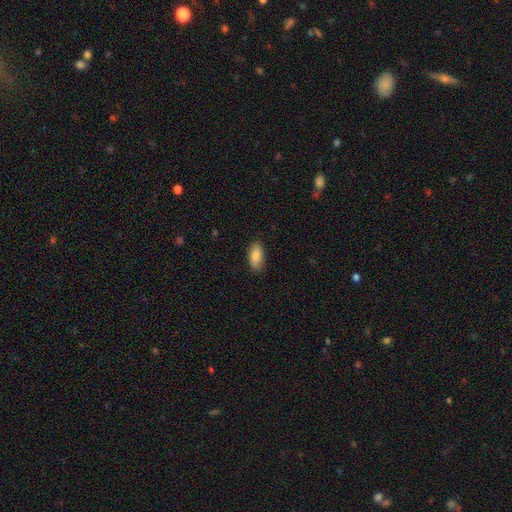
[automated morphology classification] Smooth or featured?
  - smooth: 87% *
  - featured or disk: 7%
  - star or artifact: 6%
How rounded?
  - in between: 91% *
  - cigar-shaped: 7%
  - round: 3%
Merging?
  - none: 84% *
  - minor disturbance: 13%
  - major disturbance: 2%
  - merger: 1%